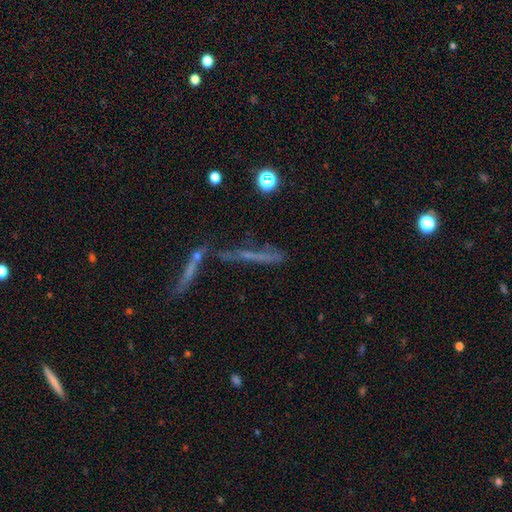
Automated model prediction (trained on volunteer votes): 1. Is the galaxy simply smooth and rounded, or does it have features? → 43% featured or disk, 34% smooth, 23% star or artifact.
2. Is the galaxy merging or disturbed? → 45% none, 29% merger, 13% minor disturbance, 13% major disturbance.